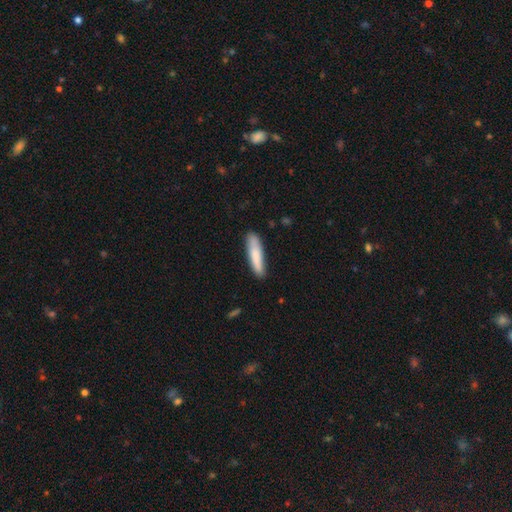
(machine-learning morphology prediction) Smooth or featured: smooth — 81% (featured or disk — 14%)
How rounded: cigar-shaped — 79% (in between — 19%)
Merging: none — 81% (minor disturbance — 14%)